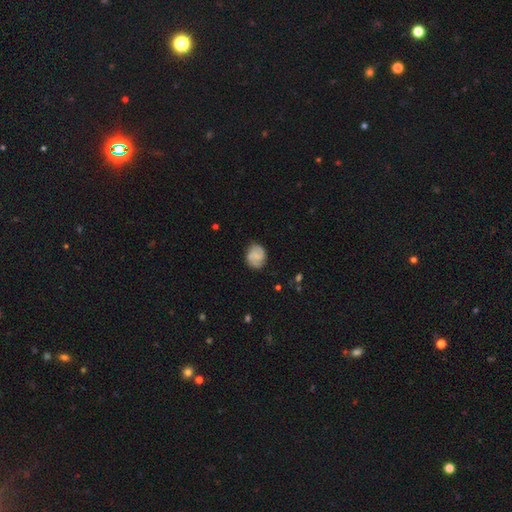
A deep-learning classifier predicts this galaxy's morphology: Smooth or featured? Predicted: featured or disk (p=0.47). Merging? Predicted: none (p=0.76).